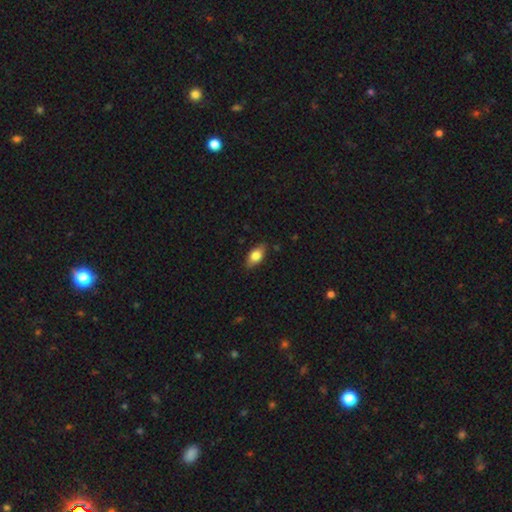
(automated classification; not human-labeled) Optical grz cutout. It shows a smooth galaxy with no disk features (79%) that is in between round and cigar-shaped (88%). Merging: none (82%).